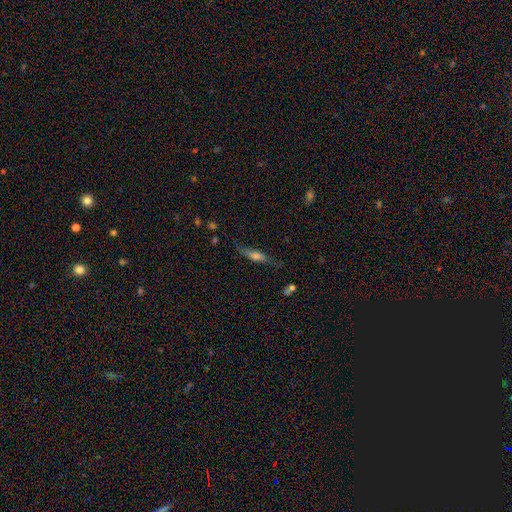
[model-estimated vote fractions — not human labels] Smooth or featured: featured or disk — 46% (smooth — 45%)
Merging: none — 72% (minor disturbance — 20%)